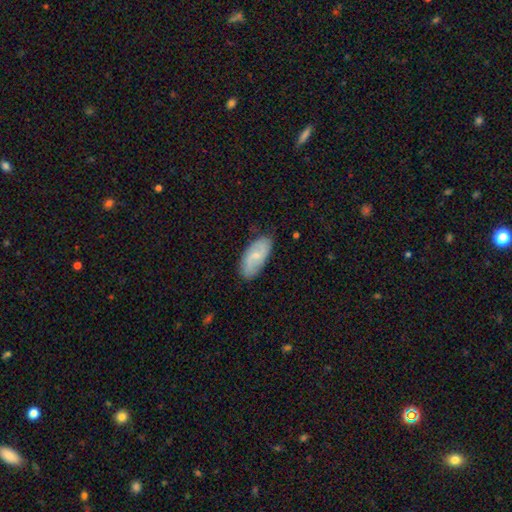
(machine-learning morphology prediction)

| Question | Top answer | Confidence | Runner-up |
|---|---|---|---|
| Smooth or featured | featured or disk | 52% | smooth (42%) |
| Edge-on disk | no | 93% | yes (7%) |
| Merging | none | 78% | minor disturbance (17%) |